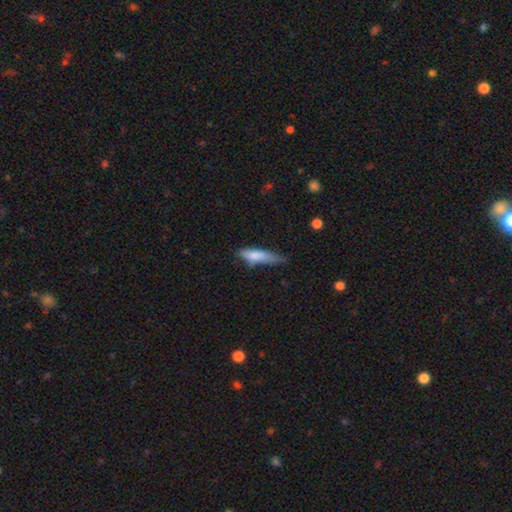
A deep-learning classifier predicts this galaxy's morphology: This appears to be a smooth galaxy with no disk features (77%) that is cigar-shaped (66%). Merging: minor disturbance (42%).